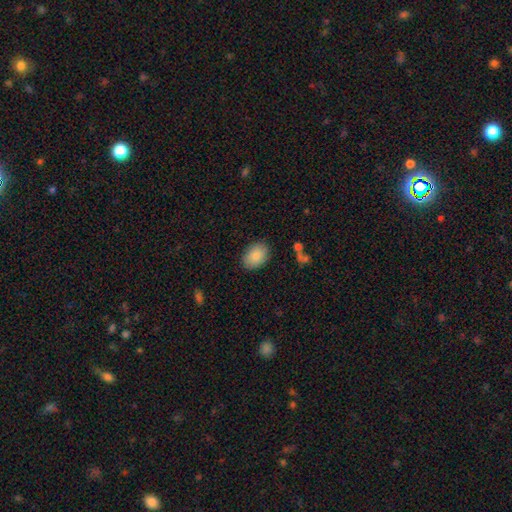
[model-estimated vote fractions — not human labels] Overall: smooth (86%). How rounded: in between (80%). Merging: none (85%).